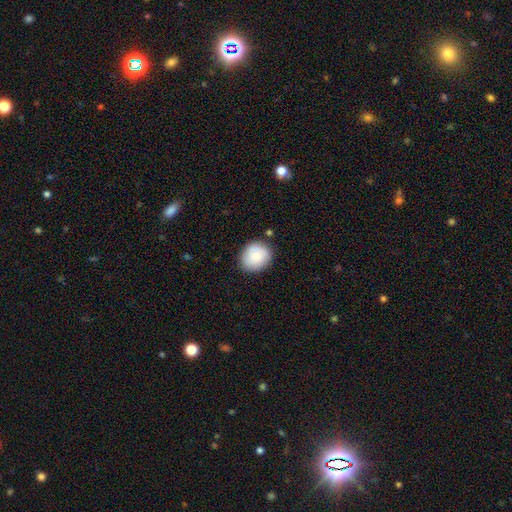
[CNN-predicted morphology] smooth_or_featured: smooth (p=0.86) [alt: featured or disk p=0.07]
how_rounded: round (p=0.74) [alt: in between p=0.25]
merging: none (p=0.82) [alt: minor disturbance p=0.13]